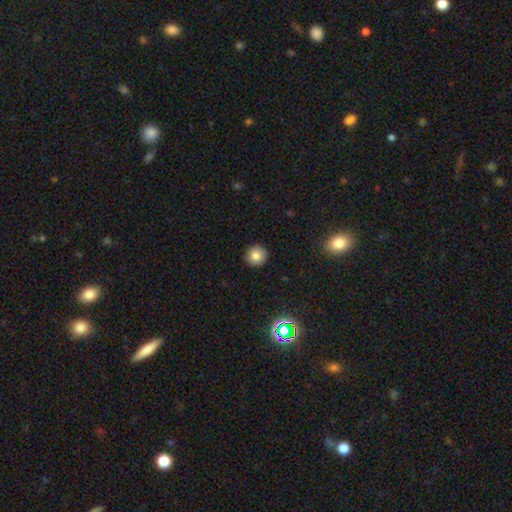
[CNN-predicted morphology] Q: Smooth or featured?
A: smooth (80%); runner-up: star or artifact (12%)
Q: How rounded?
A: round (93%); runner-up: in between (6%)
Q: Merging?
A: none (90%); runner-up: minor disturbance (7%)